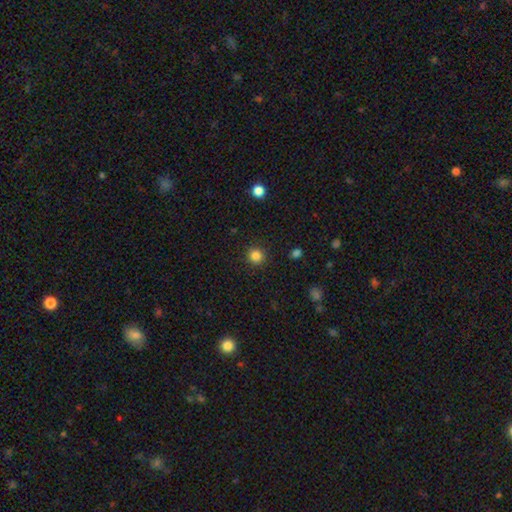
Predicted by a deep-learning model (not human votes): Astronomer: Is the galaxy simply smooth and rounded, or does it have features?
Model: smooth — 84%.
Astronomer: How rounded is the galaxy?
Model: round — 94%.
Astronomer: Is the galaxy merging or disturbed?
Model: none — 92%.